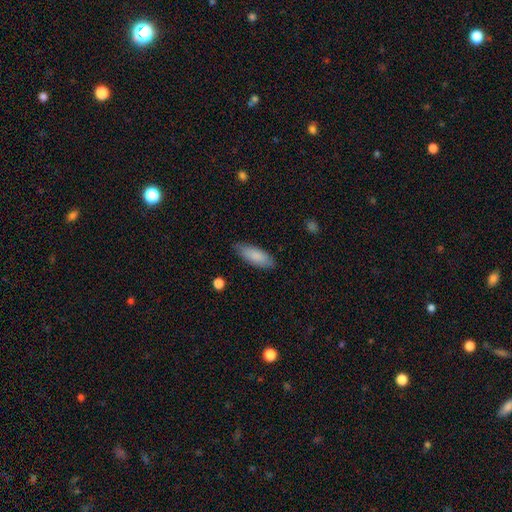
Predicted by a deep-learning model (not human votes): Smooth or featured: smooth — 86% (featured or disk — 8%)
How rounded: in between — 75% (cigar-shaped — 24%)
Merging: none — 81% (minor disturbance — 15%)